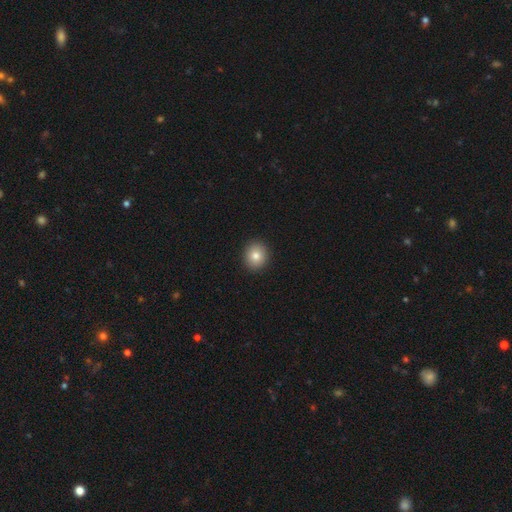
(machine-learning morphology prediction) Smooth or featured? smooth (82%)
How rounded? round (81%)
Merging? none (92%)